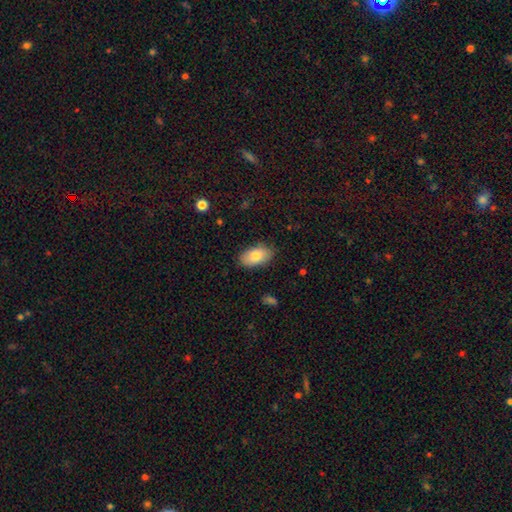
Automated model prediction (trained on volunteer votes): smooth-or-featured: smooth: 81% | featured or disk: 13% | star or artifact: 7%
  how-rounded: in between: 94% | round: 5% | cigar-shaped: 2%
  merging: none: 82% | minor disturbance: 14% | major disturbance: 3% | merger: 1%